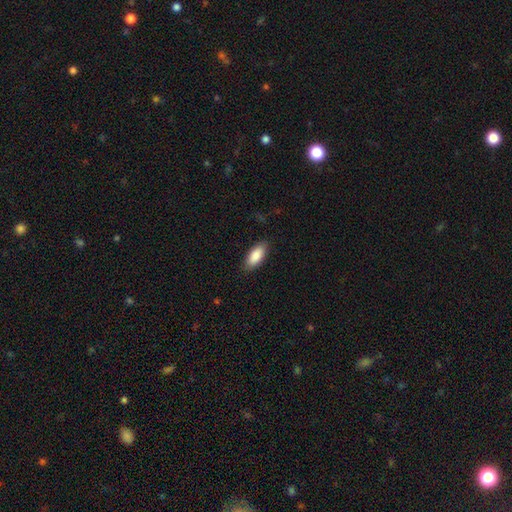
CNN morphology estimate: This appears to be a smooth galaxy with no disk features (88%) that is in between round and cigar-shaped (87%). Merging: none (86%).